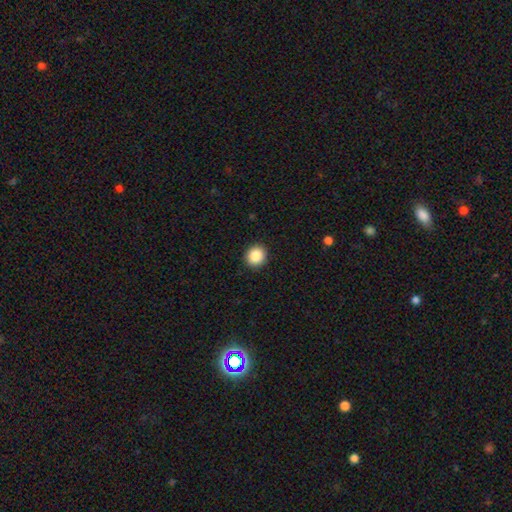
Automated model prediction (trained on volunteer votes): smooth-or-featured: smooth: 88% | star or artifact: 9% | featured or disk: 4%
  how-rounded: round: 86% | in between: 13% | cigar-shaped: 1%
  merging: none: 92% | minor disturbance: 5% | major disturbance: 2% | merger: 1%